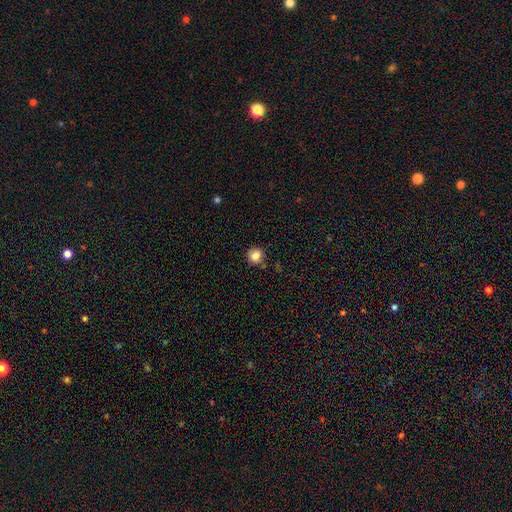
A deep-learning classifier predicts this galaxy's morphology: A smooth galaxy with no disk features (83%) that is round (82%). Merging: none (81%).